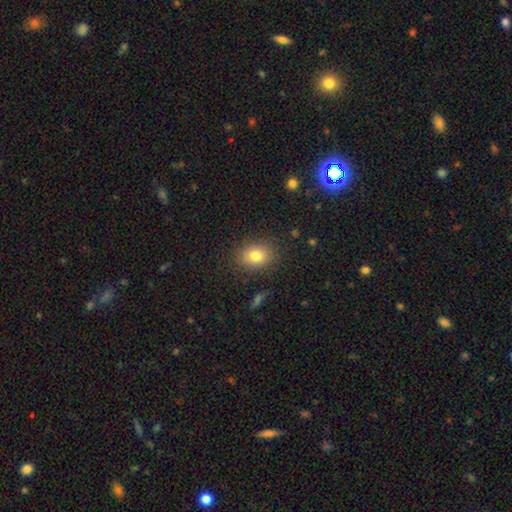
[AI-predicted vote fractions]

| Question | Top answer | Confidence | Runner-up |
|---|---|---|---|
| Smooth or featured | smooth | 80% | star or artifact (11%) |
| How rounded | in between | 51% | round (48%) |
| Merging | none | 85% | minor disturbance (10%) |